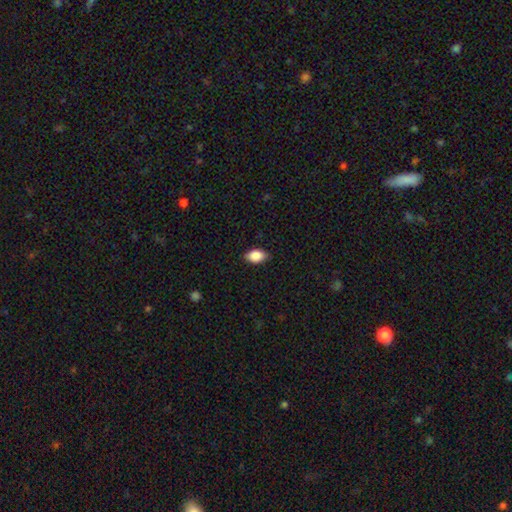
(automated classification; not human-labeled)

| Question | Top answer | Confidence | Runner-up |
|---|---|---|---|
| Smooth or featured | smooth | 88% | star or artifact (7%) |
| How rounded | in between | 90% | round (8%) |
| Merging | none | 85% | minor disturbance (12%) |